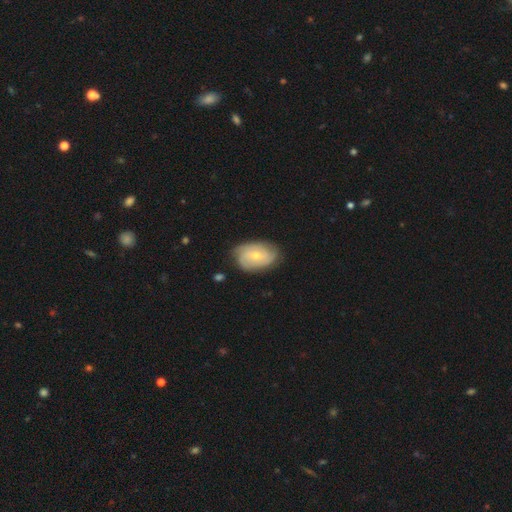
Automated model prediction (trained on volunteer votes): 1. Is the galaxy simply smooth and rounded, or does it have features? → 61% featured or disk, 33% smooth, 6% star or artifact.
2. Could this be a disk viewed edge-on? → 95% no, 5% yes.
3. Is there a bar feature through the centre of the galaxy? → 65% no, 29% weak, 6% strong.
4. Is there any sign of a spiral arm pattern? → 82% yes, 18% no.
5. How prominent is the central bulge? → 49% moderate, 48% small, 1% large, 1% none, 1% dominant.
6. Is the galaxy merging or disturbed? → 75% none, 19% minor disturbance, 4% major disturbance, 1% merger.